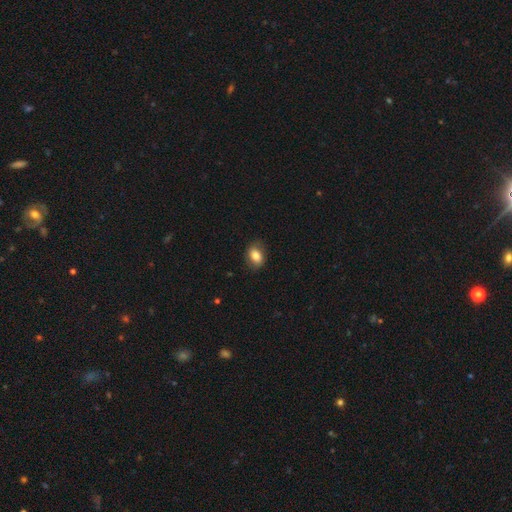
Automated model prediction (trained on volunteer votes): A smooth galaxy with no disk features (80%) that is in between round and cigar-shaped (76%).

Vote fractions:
- Smooth or featured? smooth: 80% / featured or disk: 12% / star or artifact: 8%
- How rounded? in between: 76% / round: 23% / cigar-shaped: 1%
- Merging? none: 80% / minor disturbance: 15% / major disturbance: 4% / merger: 1%